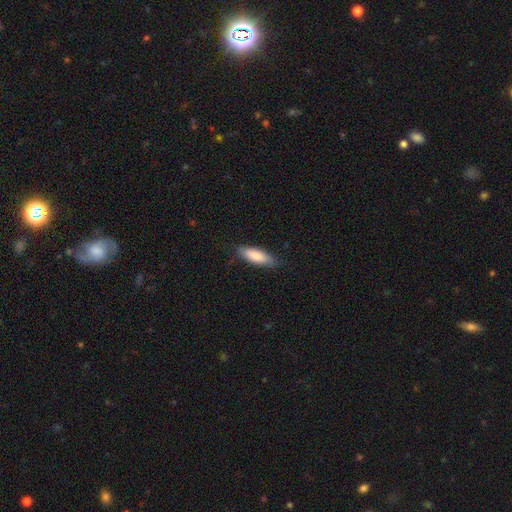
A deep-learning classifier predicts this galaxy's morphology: This is clearly a smooth galaxy (84%). How rounded: possibly in between (56%). Merging: likely none (80%).